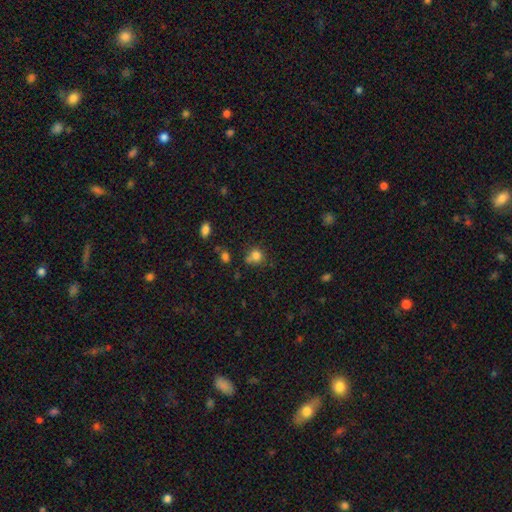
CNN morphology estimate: A smooth galaxy with no disk features (80%) that is round (75%).

Vote fractions:
- Smooth or featured? smooth: 80% / star or artifact: 13% / featured or disk: 7%
- How rounded? round: 75% / in between: 24% / cigar-shaped: 1%
- Merging? none: 53% / minor disturbance: 22% / merger: 17% / major disturbance: 8%